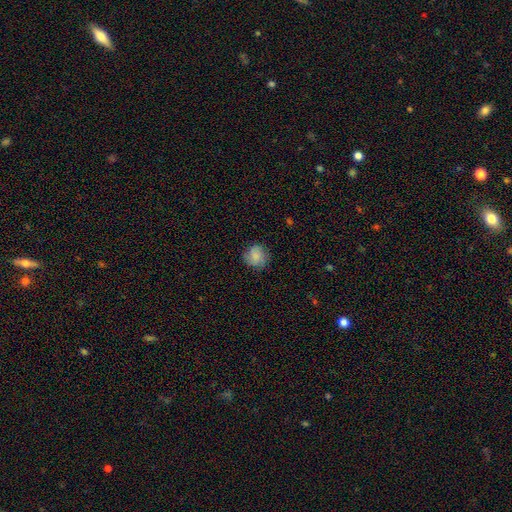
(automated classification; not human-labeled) Smooth or featured? smooth (82%)
How rounded? round (87%)
Merging? none (79%)